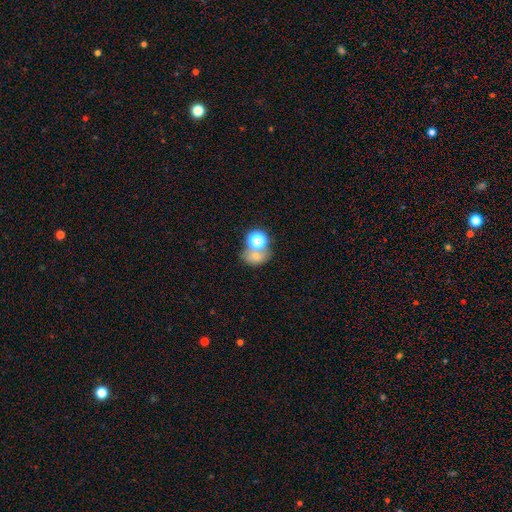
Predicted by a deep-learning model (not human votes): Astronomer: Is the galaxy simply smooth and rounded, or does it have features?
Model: smooth — 63%.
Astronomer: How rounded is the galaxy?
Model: round — 58% (runner-up: in between, 40%).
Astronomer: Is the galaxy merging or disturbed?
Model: none — 41%, tied with merger at 41%.